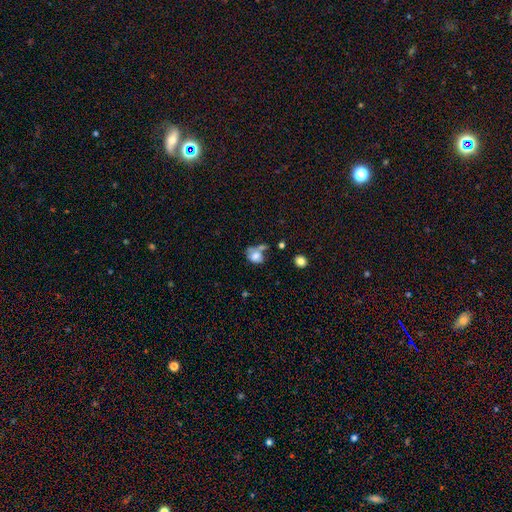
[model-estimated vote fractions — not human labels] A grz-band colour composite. It shows a smooth galaxy with no disk features (67%) that is in between round and cigar-shaped (59%). Merging: merger (35%).